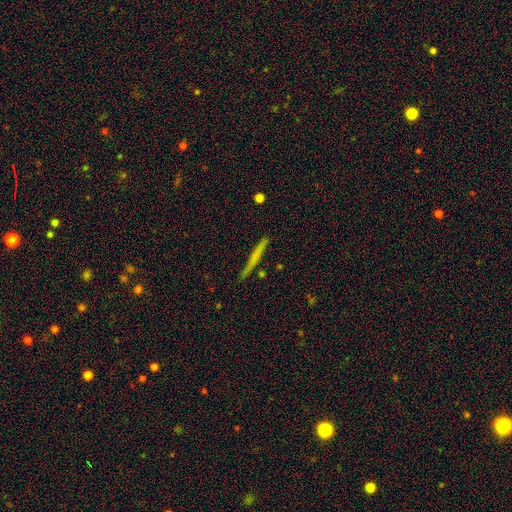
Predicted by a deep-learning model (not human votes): smooth 54%, featured or disk 39%, star or artifact 7%. Down the decision tree: how rounded — cigar-shaped (96%); merging — none (88%).